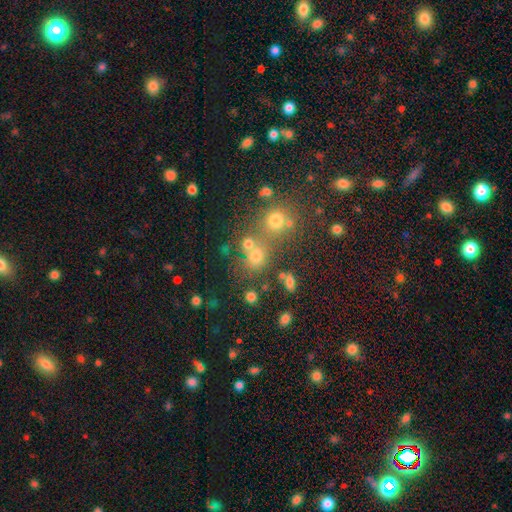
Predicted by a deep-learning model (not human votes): Smooth or featured? smooth (60%)
How rounded? round (80%)
Merging? none (56%)